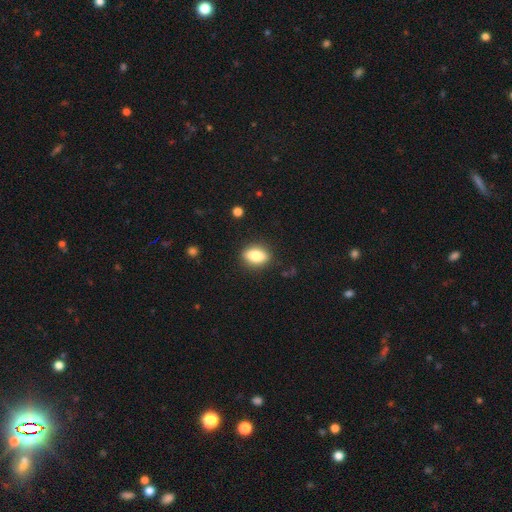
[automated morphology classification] Overall: smooth (80%). How rounded: in between (79%). Merging: none (86%).